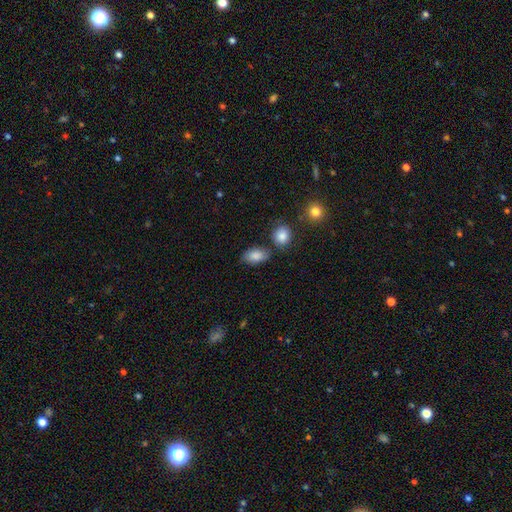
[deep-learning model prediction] smooth-or-featured: smooth: 86% | star or artifact: 7% | featured or disk: 7%
  how-rounded: in between: 91% | round: 7% | cigar-shaped: 2%
  merging: none: 72% | minor disturbance: 15% | merger: 9% | major disturbance: 4%